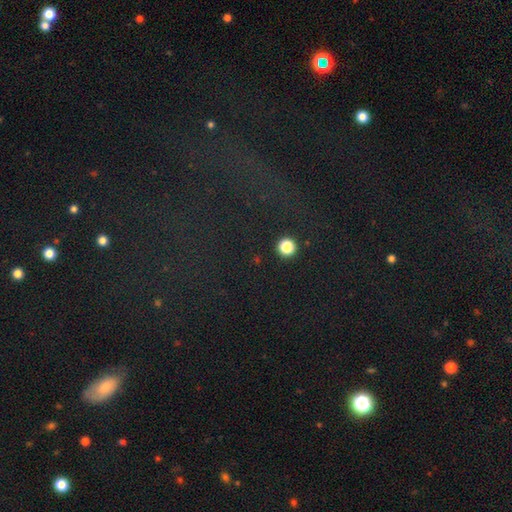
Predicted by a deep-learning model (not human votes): Smooth or featured: star or artifact — 65% (smooth — 23%)